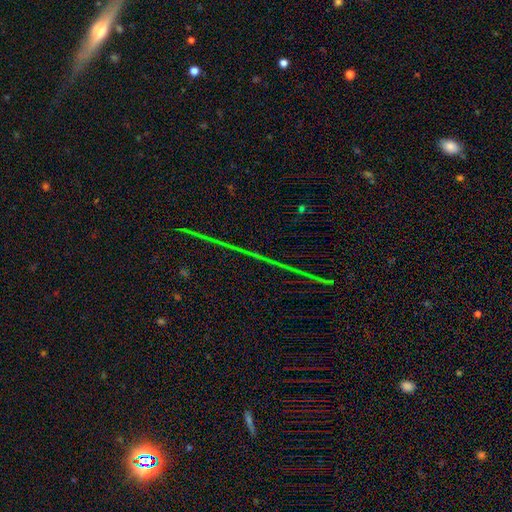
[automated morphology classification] Smooth or featured? star or artifact (77%)